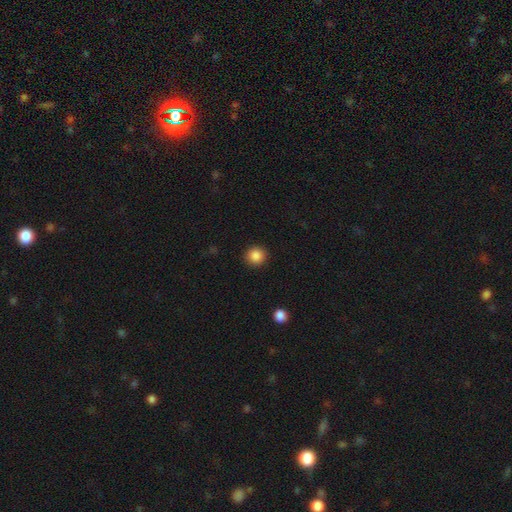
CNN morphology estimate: type=smooth (87%); roundness=round (92%); merging=none (92%).